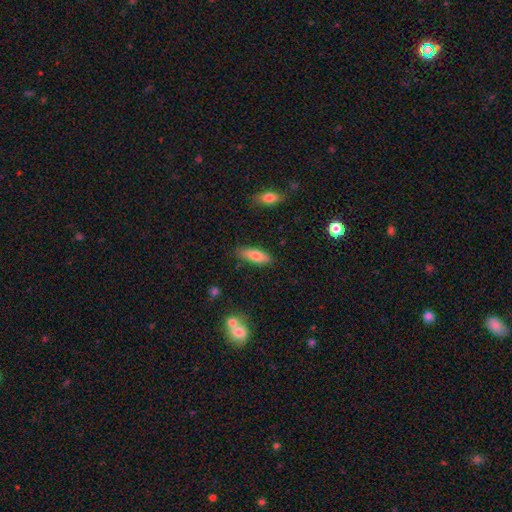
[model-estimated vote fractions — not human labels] Smooth or featured: smooth — 76% (featured or disk — 17%)
How rounded: in between — 59% (cigar-shaped — 38%)
Merging: none — 82% (minor disturbance — 13%)